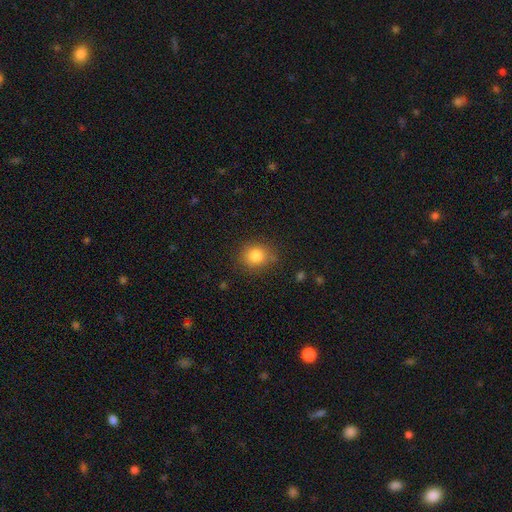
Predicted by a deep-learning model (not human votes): Morphology: type=smooth (82%); roundness=round (79%); merging=none (82%).